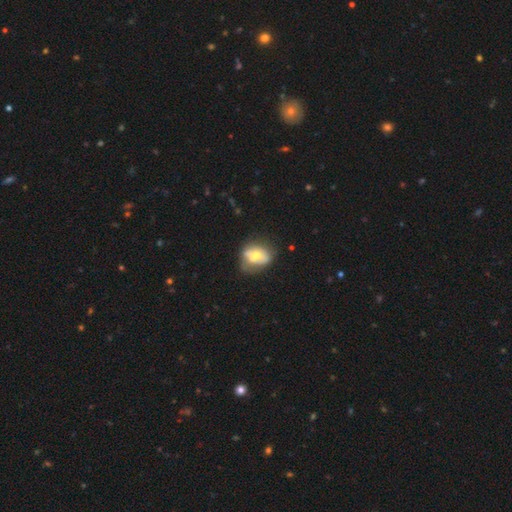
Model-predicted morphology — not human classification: smooth-or-featured: smooth: 52% | featured or disk: 40% | star or artifact: 8%
  how-rounded: in between: 58% | round: 40% | cigar-shaped: 1%
  merging: none: 37% | minor disturbance: 27% | merger: 24% | major disturbance: 12%